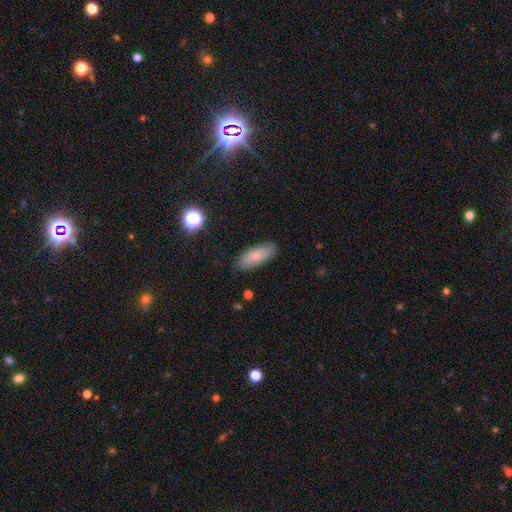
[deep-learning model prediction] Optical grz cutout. It shows a smooth galaxy with no disk features (79%) that is in between round and cigar-shaped (73%). Merging: none (86%).